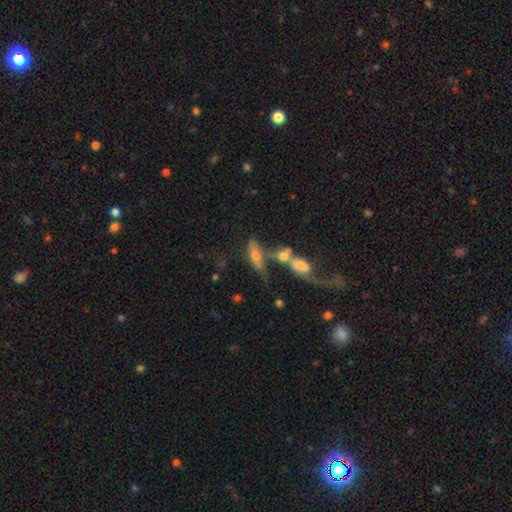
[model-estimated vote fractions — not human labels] Morphology: type=smooth (51%); roundness=in between (54%); merging=merger (51%).